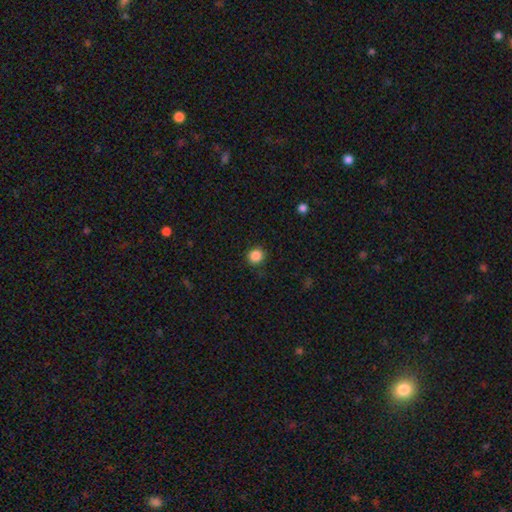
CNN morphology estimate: A smooth galaxy with no disk features (86%) that is round (91%).

Vote fractions:
- Smooth or featured? smooth: 86% / star or artifact: 11% / featured or disk: 3%
- How rounded? round: 91% / in between: 8% / cigar-shaped: 1%
- Merging? none: 88% / minor disturbance: 8% / major disturbance: 2% / merger: 1%